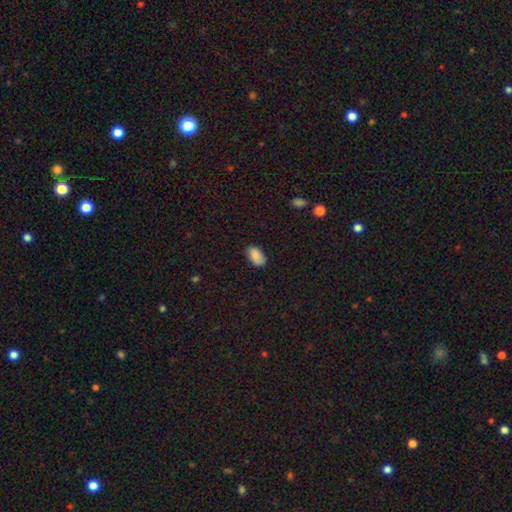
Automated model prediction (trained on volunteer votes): Morphology: type=smooth (87%); roundness=in between (93%); merging=none (82%).